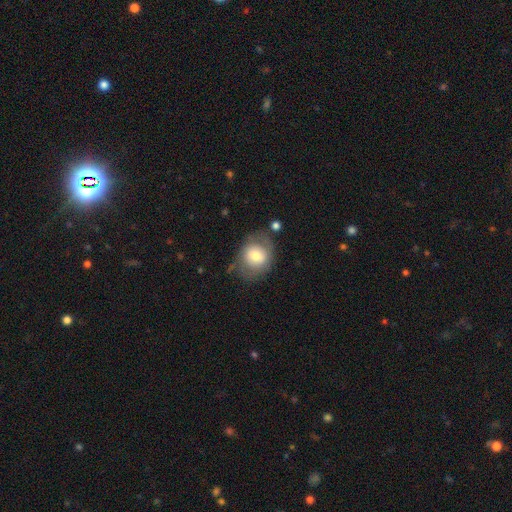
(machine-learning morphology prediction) type=smooth (65%); roundness=round (61%); merging=none (61%).